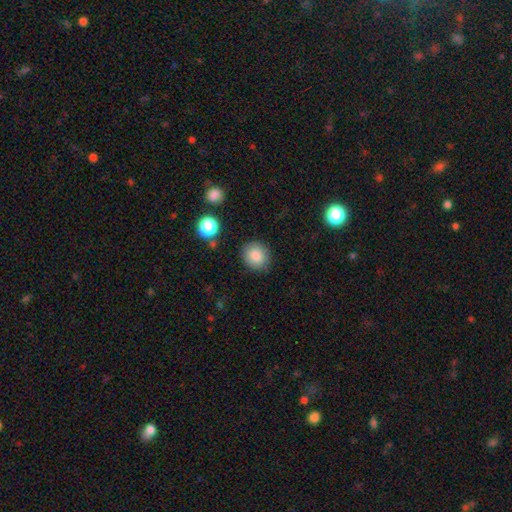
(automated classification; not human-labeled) Morphology: type=smooth (86%); roundness=round (82%); merging=none (86%).